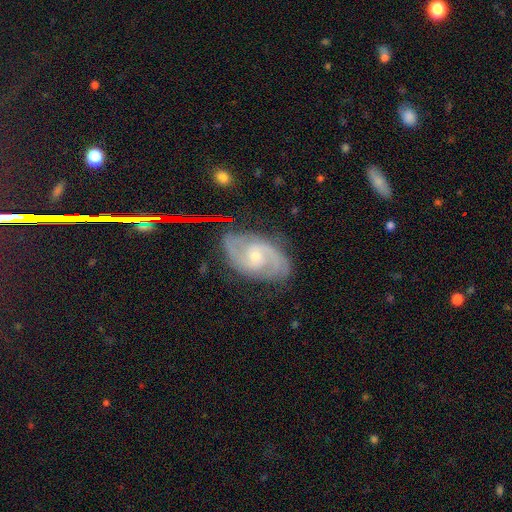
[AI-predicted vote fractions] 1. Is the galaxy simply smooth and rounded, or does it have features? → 88% featured or disk, 6% smooth, 6% star or artifact.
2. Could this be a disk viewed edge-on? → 97% no, 3% yes.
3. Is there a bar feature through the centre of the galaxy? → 48% no, 43% weak, 9% strong.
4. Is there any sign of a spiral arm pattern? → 98% yes, 2% no.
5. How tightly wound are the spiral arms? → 52% medium, 35% tight, 13% loose.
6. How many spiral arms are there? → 85% 2, 5% 3, 5% can't tell, 2% 1, 2% 4, 1% more than 4.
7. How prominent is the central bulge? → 61% small, 35% moderate, 2% none, 1% large, 1% dominant.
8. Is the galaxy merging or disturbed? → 78% none, 16% minor disturbance, 4% major disturbance, 2% merger.